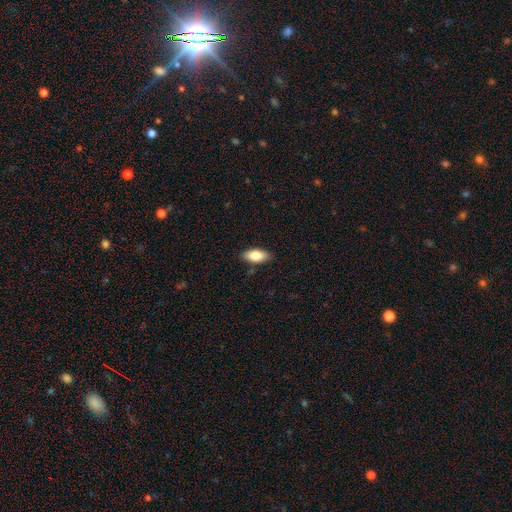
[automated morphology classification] Smooth or featured: smooth — 80% (featured or disk — 13%)
How rounded: in between — 88% (cigar-shaped — 9%)
Merging: none — 85% (minor disturbance — 11%)